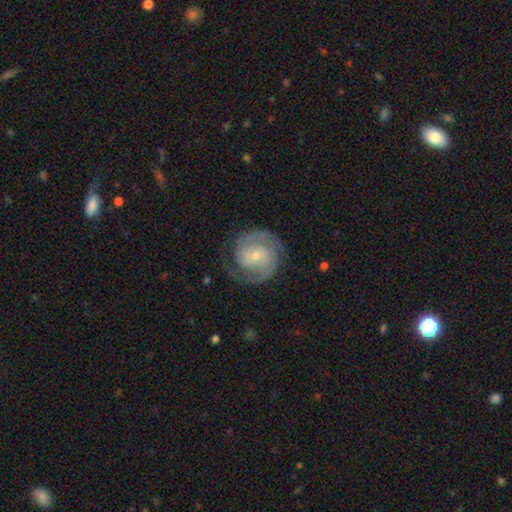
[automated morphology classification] type=featured or disk (89%); edge-on=no (98%); bar=no (48%); spiral arms=yes (98%); winding=tight (56%); arm count=2 (84%); bulge=small (68%); merging=none (80%).